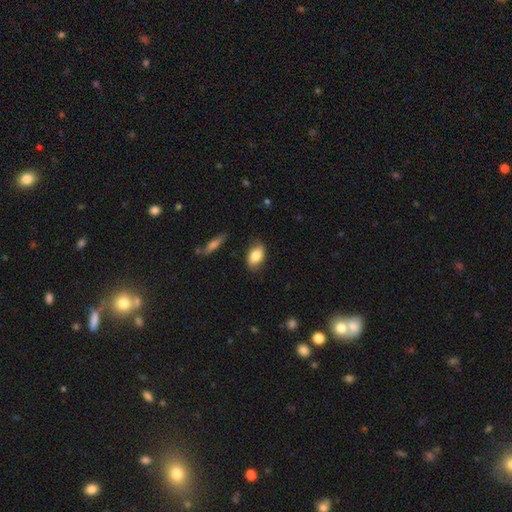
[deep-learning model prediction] smooth 81%, featured or disk 13%, star or artifact 7%. Down the decision tree: how rounded — in between (90%); merging — none (78%).